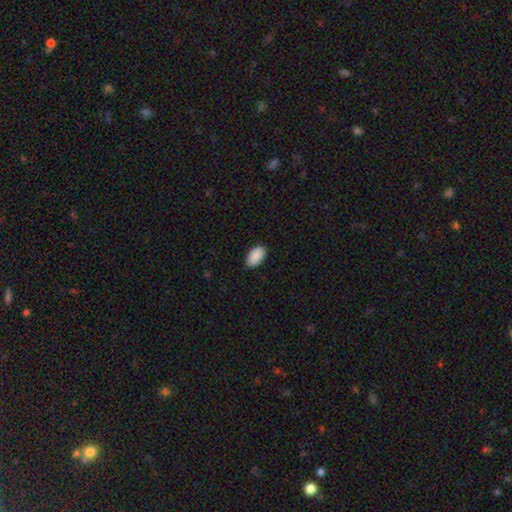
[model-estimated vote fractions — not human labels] A smooth galaxy with no disk features (91%) that is in between round and cigar-shaped (95%).

Vote fractions:
- Smooth or featured? smooth: 91% / star or artifact: 6% / featured or disk: 3%
- How rounded? in between: 95% / round: 3% / cigar-shaped: 1%
- Merging? none: 87% / minor disturbance: 11% / major disturbance: 2% / merger: 1%